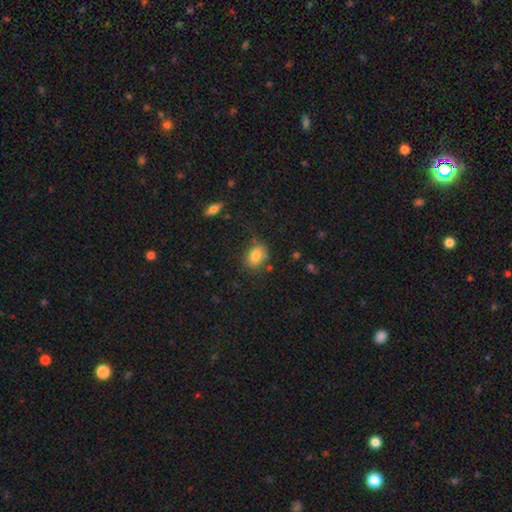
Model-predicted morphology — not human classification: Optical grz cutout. It shows a smooth galaxy with no disk features (81%) that is in between round and cigar-shaped (68%). Merging: none (75%).